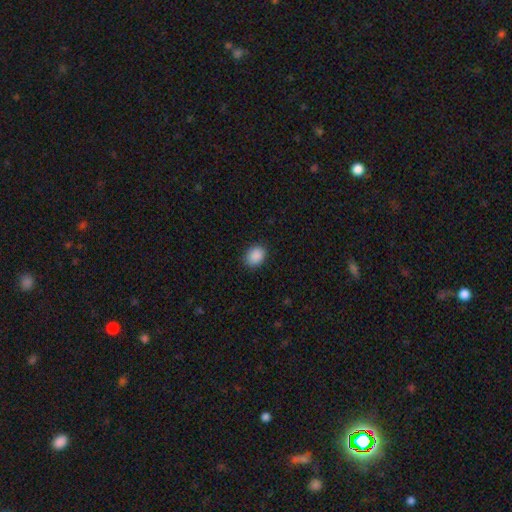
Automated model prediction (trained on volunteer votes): Q: Smooth or featured?
A: smooth (89%); runner-up: star or artifact (8%)
Q: How rounded?
A: in between (62%); runner-up: round (37%)
Q: Merging?
A: none (87%); runner-up: minor disturbance (10%)